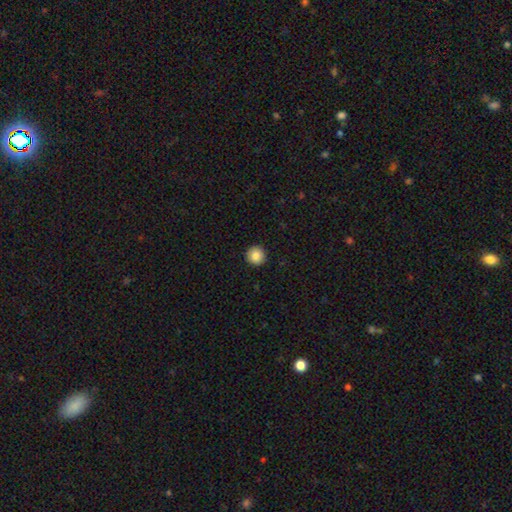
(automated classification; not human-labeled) Overall: smooth (86%). How rounded: round (95%). Merging: none (93%).